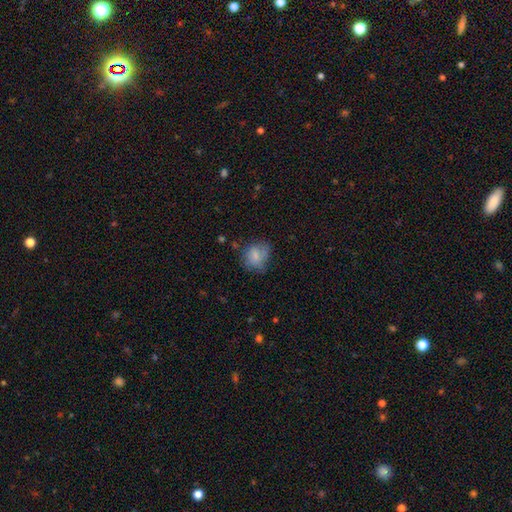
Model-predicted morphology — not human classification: smooth_or_featured: smooth (p=0.74) [alt: featured or disk p=0.17]
how_rounded: round (p=0.60) [alt: in between p=0.39]
merging: none (p=0.53) [alt: minor disturbance p=0.31]